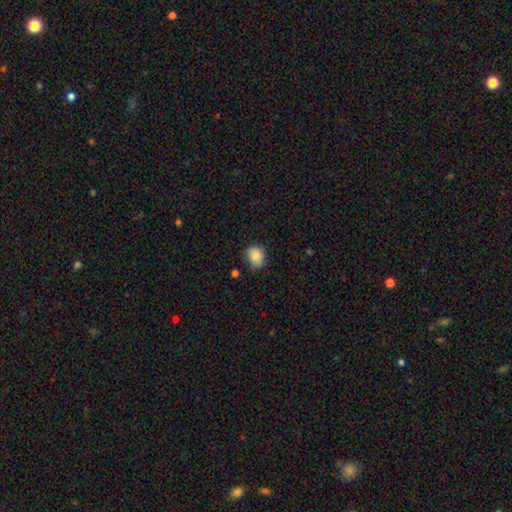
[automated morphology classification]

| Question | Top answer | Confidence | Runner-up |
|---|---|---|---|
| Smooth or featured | smooth | 85% | star or artifact (9%) |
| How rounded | round | 54% | in between (45%) |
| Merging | none | 57% | minor disturbance (32%) |